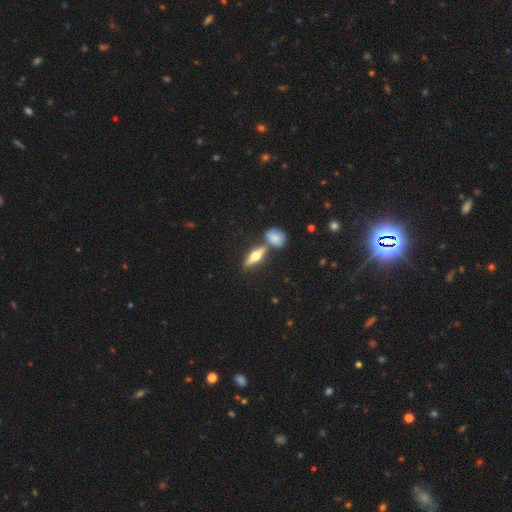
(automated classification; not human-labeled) Smooth or featured? Predicted: smooth (p=0.47). Merging? Predicted: none (p=0.64).